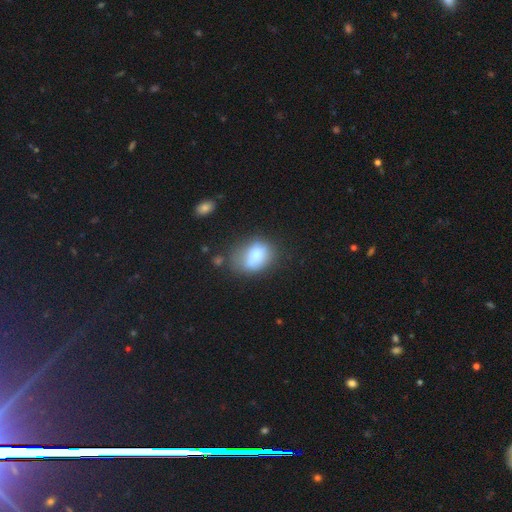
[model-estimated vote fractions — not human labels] Smooth or featured?
  - smooth: 71% *
  - featured or disk: 19%
  - star or artifact: 10%
How rounded?
  - in between: 67% *
  - round: 31%
  - cigar-shaped: 2%
Merging?
  - none: 39% *
  - minor disturbance: 29%
  - major disturbance: 16%
  - merger: 16%